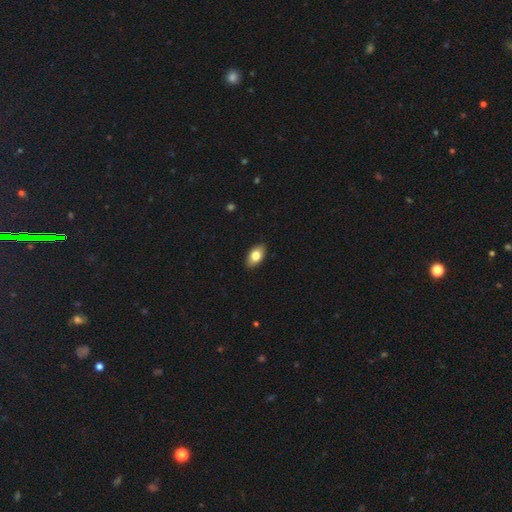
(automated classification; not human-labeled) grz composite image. It shows a smooth galaxy with no disk features (78%) that is in between round and cigar-shaped (91%). Merging: none (88%).